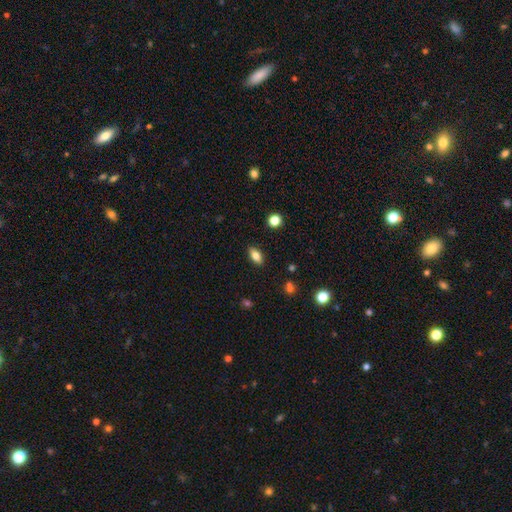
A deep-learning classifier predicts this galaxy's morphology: The model was most divided on "smooth or featured": smooth: 75%, featured or disk: 16%, star or artifact: 9%. More confident: merging — none (88%); how rounded — in between (84%).